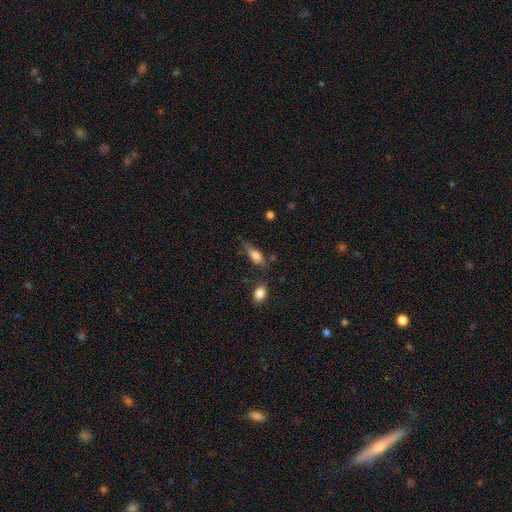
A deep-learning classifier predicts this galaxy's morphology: The model was most divided on "merging": none: 54%, minor disturbance: 29%, major disturbance: 11%, merger: 7%. More confident: smooth or featured — smooth (72%); how rounded — in between (69%).